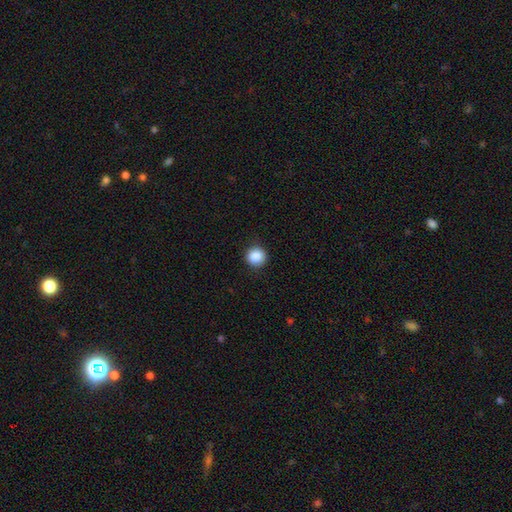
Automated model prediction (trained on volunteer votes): Q: Smooth or featured?
A: smooth (87%); runner-up: star or artifact (9%)
Q: How rounded?
A: round (94%); runner-up: in between (5%)
Q: Merging?
A: none (91%); runner-up: minor disturbance (6%)